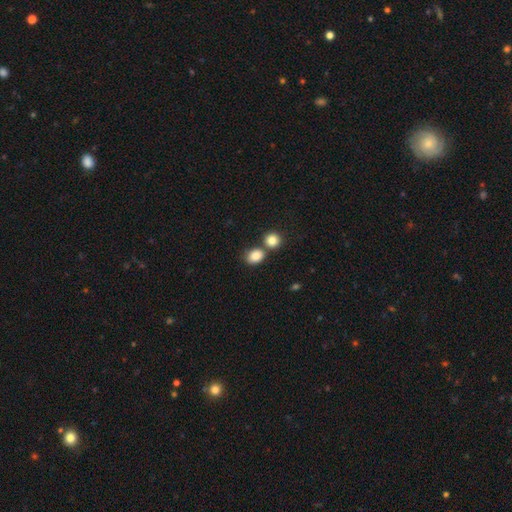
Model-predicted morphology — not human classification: Q: Smooth or featured?
A: smooth (85%); runner-up: star or artifact (9%)
Q: How rounded?
A: in between (50%); runner-up: round (49%)
Q: Merging?
A: none (53%); runner-up: merger (33%)